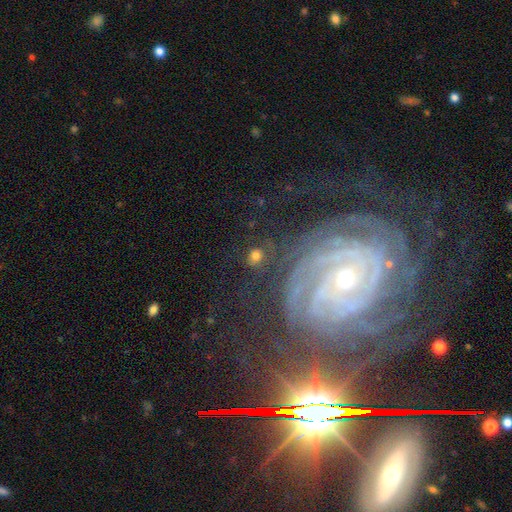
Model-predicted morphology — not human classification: Q: Smooth or featured?
A: smooth (60%); runner-up: featured or disk (23%)
Q: How rounded?
A: round (75%); runner-up: in between (24%)
Q: Merging?
A: none (77%); runner-up: minor disturbance (12%)